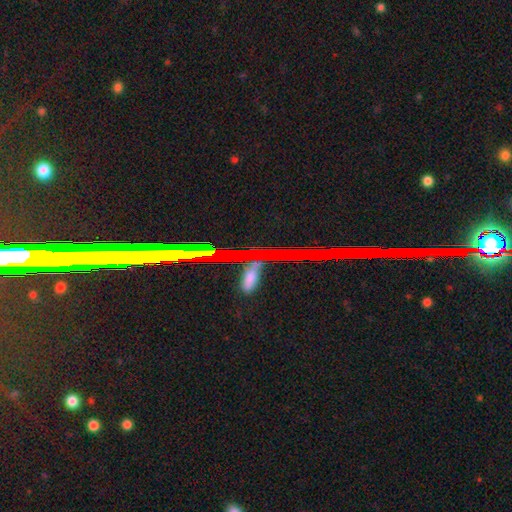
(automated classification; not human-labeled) Q: Smooth or featured?
A: star or artifact (78%); runner-up: featured or disk (14%)